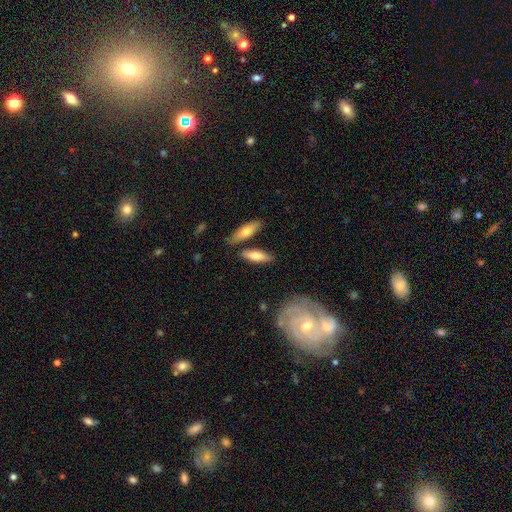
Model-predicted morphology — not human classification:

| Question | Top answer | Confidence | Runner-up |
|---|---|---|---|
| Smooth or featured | smooth | 66% | featured or disk (28%) |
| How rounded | cigar-shaped | 50% | in between (47%) |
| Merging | none | 74% | minor disturbance (13%) |